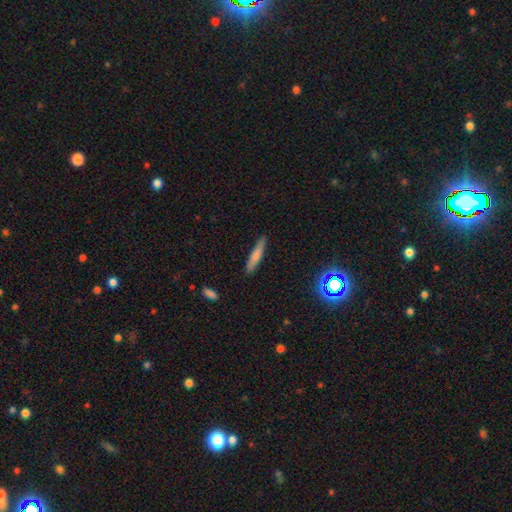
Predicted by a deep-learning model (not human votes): smooth 73%, featured or disk 20%, star or artifact 7%. Down the decision tree: how rounded — cigar-shaped (90%); merging — none (87%).